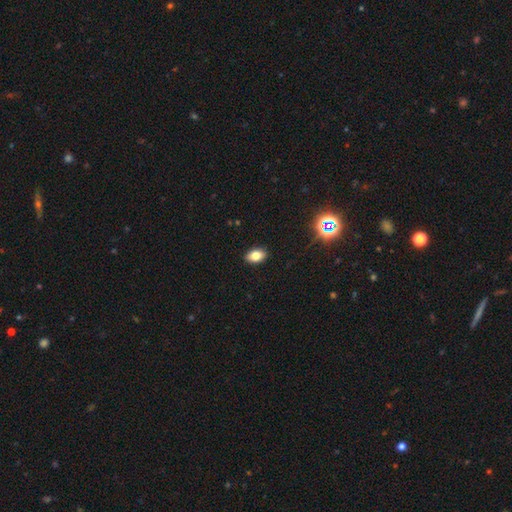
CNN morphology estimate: The model was most divided on "smooth or featured": smooth: 78%, star or artifact: 11%, featured or disk: 11%. More confident: merging — none (89%); how rounded — in between (86%).